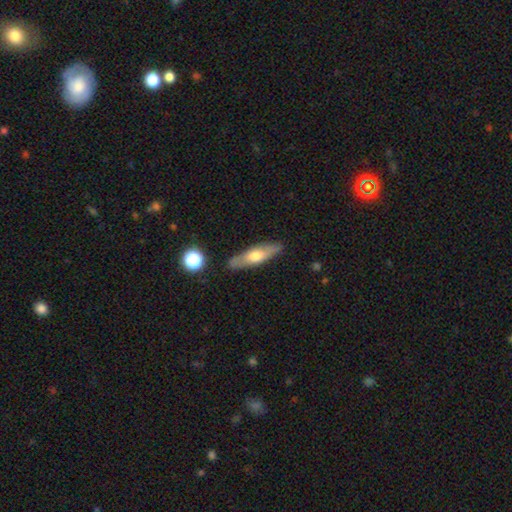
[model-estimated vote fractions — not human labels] Overall: smooth (48%; featured or disk 46%). Merging: none (83%).